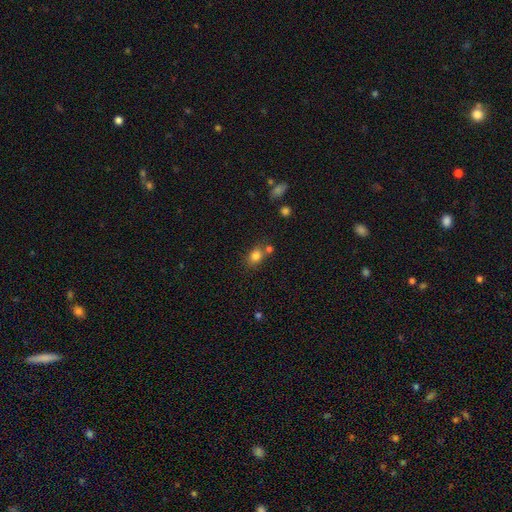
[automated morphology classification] A smooth galaxy with no disk features (81%) that is in between round and cigar-shaped (54%).

Vote fractions:
- Smooth or featured? smooth: 81% / star or artifact: 12% / featured or disk: 7%
- How rounded? in between: 54% / round: 44% / cigar-shaped: 1%
- Merging? none: 60% / merger: 21% / minor disturbance: 14% / major disturbance: 5%